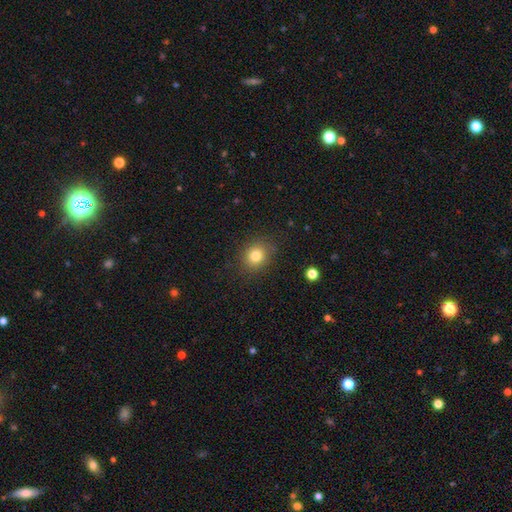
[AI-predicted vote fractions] Smooth or featured? Predicted: smooth (p=0.81). How rounded? Predicted: round (p=0.69). Merging? Predicted: none (p=0.84).